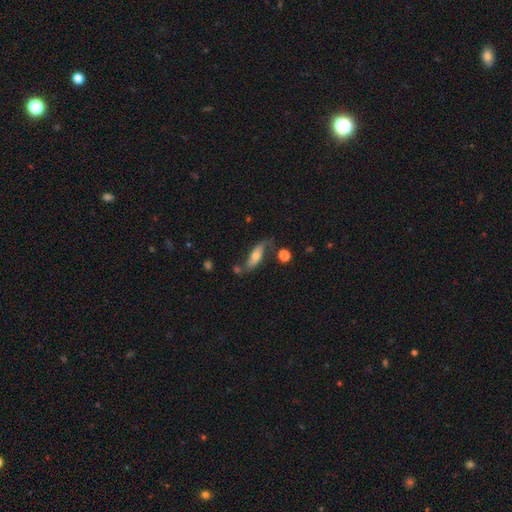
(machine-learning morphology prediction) Smooth or featured? Predicted: featured or disk (p=0.57). Edge-on disk? Predicted: no (p=0.75). Merging? Predicted: none (p=0.56).